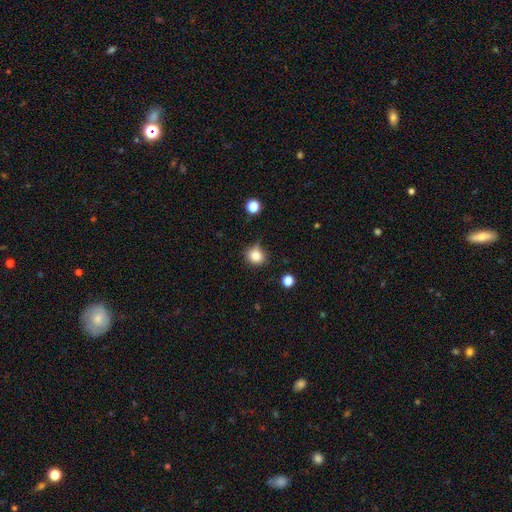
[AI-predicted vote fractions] Q: Smooth or featured?
A: smooth (82%); runner-up: star or artifact (12%)
Q: How rounded?
A: round (76%); runner-up: in between (23%)
Q: Merging?
A: none (66%); runner-up: minor disturbance (24%)